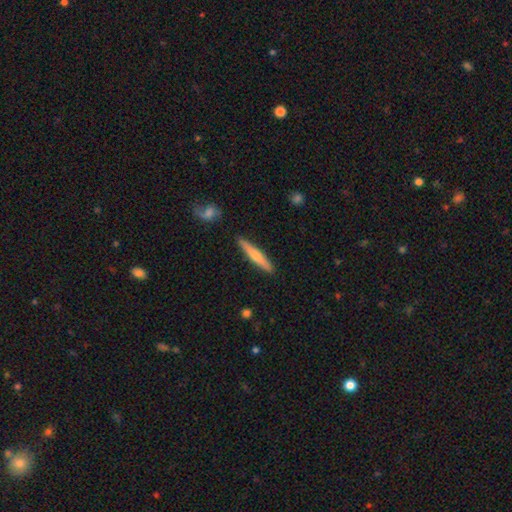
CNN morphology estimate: Smooth or featured?
  - smooth: 58% *
  - featured or disk: 37%
  - star or artifact: 5%
How rounded?
  - cigar-shaped: 93% *
  - in between: 6%
  - round: 2%
Merging?
  - none: 89% *
  - minor disturbance: 8%
  - merger: 2%
  - major disturbance: 2%